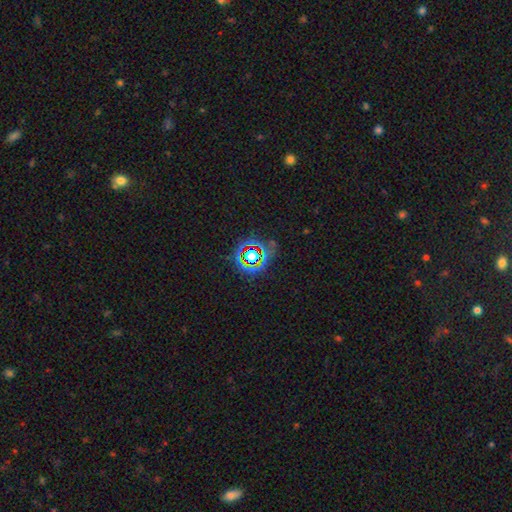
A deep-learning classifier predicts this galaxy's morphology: Smooth or featured? star or artifact (69%)